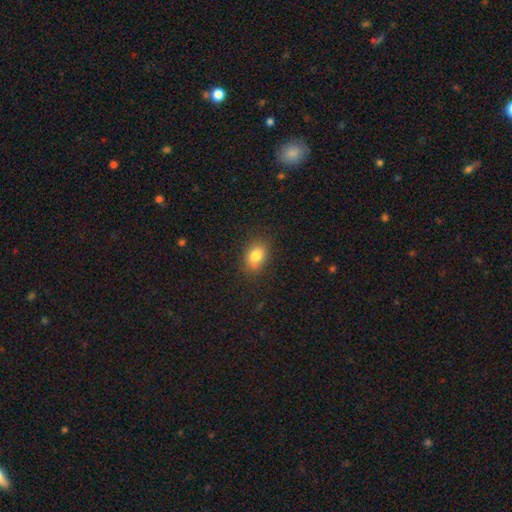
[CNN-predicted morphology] Smooth or featured? smooth (82%)
How rounded? in between (72%)
Merging? none (83%)